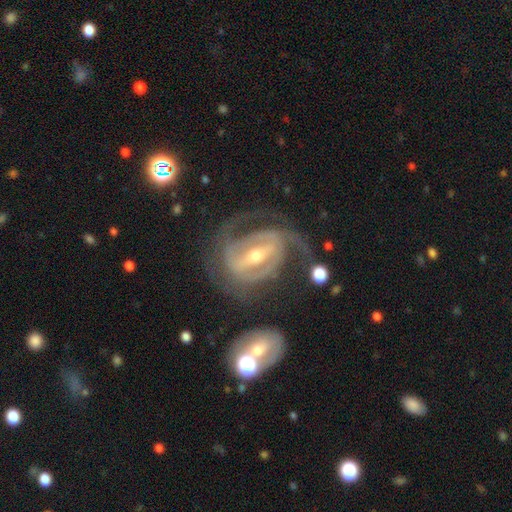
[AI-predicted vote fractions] smooth_or_featured: featured or disk (p=0.89) [alt: star or artifact p=0.06]
disk_edge_on: no (p=0.95) [alt: yes p=0.05]
bar: strong (p=0.67) [alt: weak p=0.25]
has_spiral_arms: yes (p=0.95) [alt: no p=0.05]
spiral_winding: tight (p=0.51) [alt: medium p=0.39]
spiral_arm_count: 2 (p=0.56) [alt: 3 p=0.17]
bulge_size: moderate (p=0.52) [alt: small p=0.43]
merging: none (p=0.62) [alt: minor disturbance p=0.17]